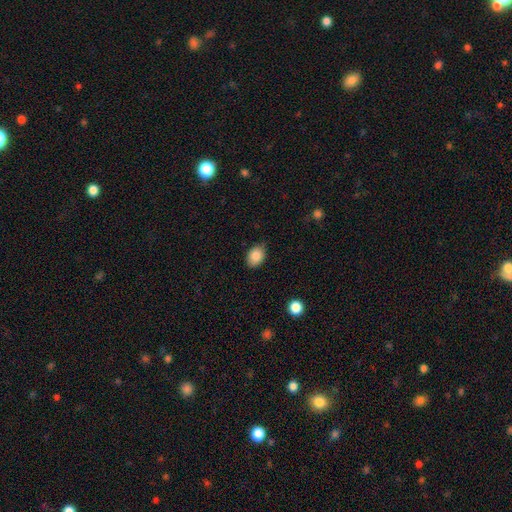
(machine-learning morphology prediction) Smooth or featured? Predicted: smooth (p=0.85). How rounded? Predicted: in between (p=0.74). Merging? Predicted: none (p=0.80).